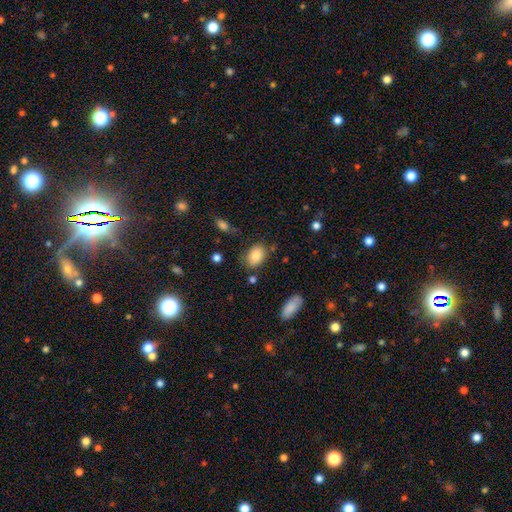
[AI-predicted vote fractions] Overall: smooth (86%). How rounded: in between (78%). Merging: none (73%).